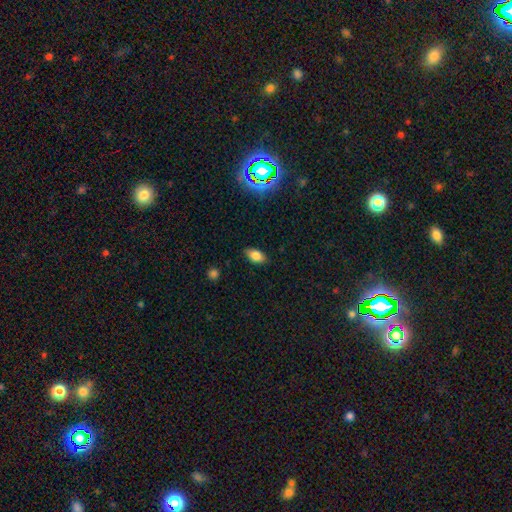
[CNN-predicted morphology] This is clearly a smooth galaxy (81%). How rounded: clearly in between (89%). Merging: clearly none (84%).